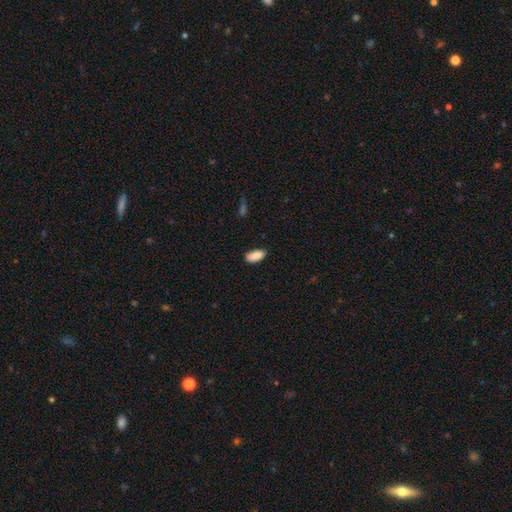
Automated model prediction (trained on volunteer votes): Morphology: type=smooth (88%); roundness=in between (91%); merging=none (79%).